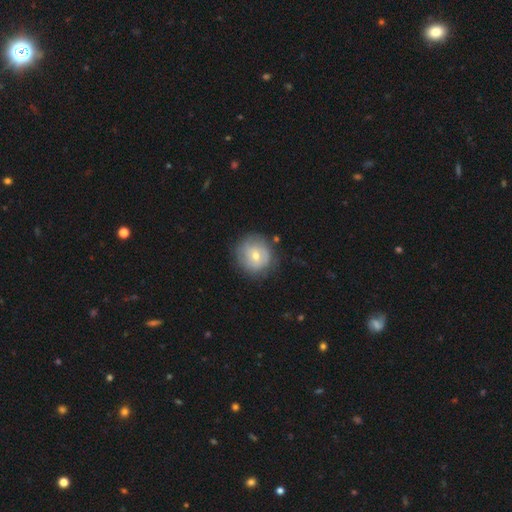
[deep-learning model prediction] Smooth or featured? Predicted: smooth (p=0.50). Merging? Predicted: none (p=0.78).